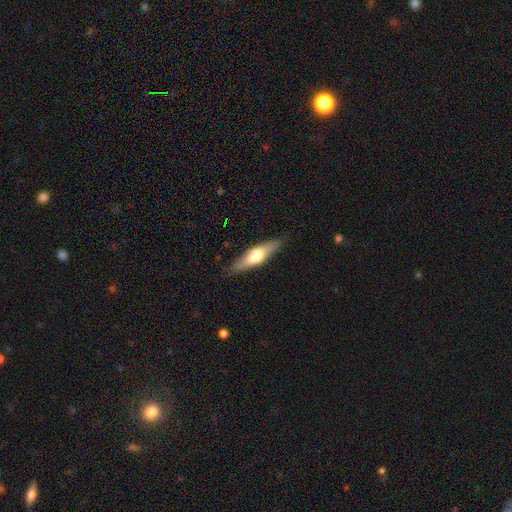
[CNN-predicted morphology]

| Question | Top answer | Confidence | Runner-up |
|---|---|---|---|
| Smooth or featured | smooth | 54% | featured or disk (41%) |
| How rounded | cigar-shaped | 63% | in between (35%) |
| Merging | none | 85% | minor disturbance (11%) |